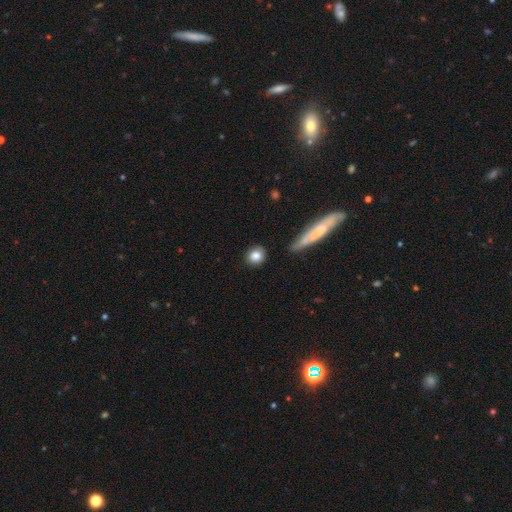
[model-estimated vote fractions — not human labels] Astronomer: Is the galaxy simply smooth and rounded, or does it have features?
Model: smooth — 84%.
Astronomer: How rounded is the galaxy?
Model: round — 81%.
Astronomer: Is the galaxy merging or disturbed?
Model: none — 86%.